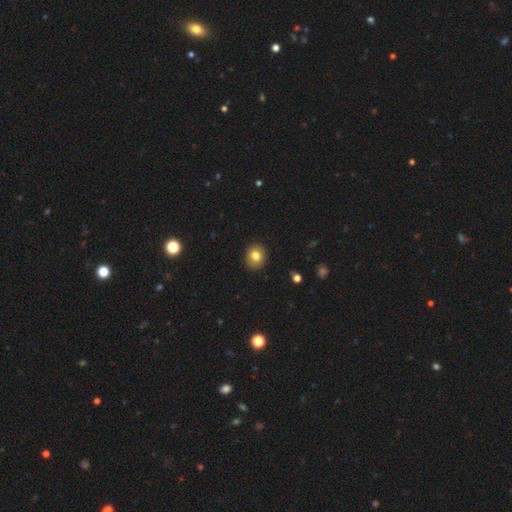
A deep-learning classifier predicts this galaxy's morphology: Smooth or featured: smooth — 81% (star or artifact — 11%)
How rounded: round — 70% (in between — 29%)
Merging: none — 90% (minor disturbance — 8%)